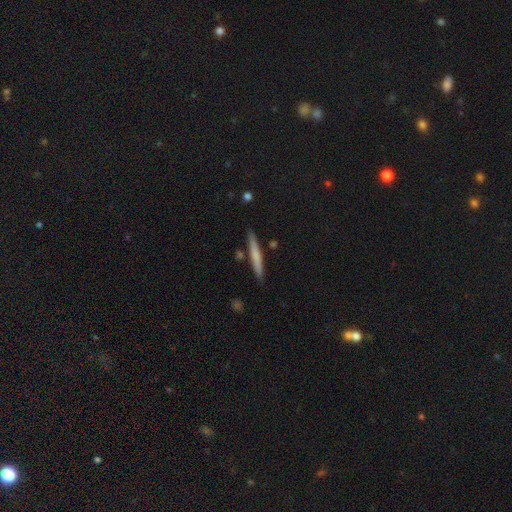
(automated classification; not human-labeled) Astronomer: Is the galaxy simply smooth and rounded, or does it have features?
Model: smooth — 64%.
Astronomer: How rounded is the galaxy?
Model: cigar-shaped — 96%.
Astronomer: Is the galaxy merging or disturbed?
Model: none — 87%.